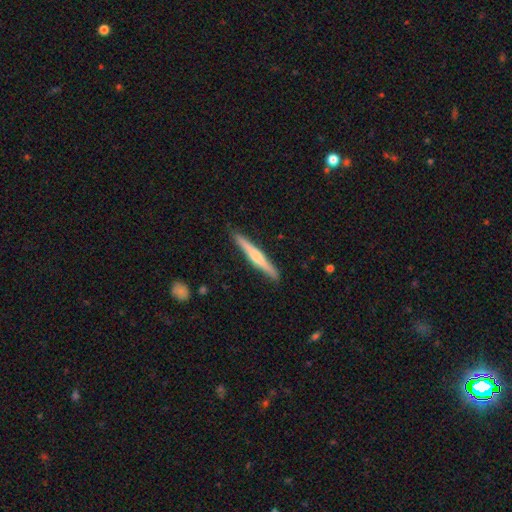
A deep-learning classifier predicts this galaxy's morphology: Smooth or featured? Predicted: featured or disk (p=0.56). Edge-on disk? Predicted: yes (p=0.98). Edge-on bulge? Predicted: rounded (p=0.64). Merging? Predicted: none (p=0.90).